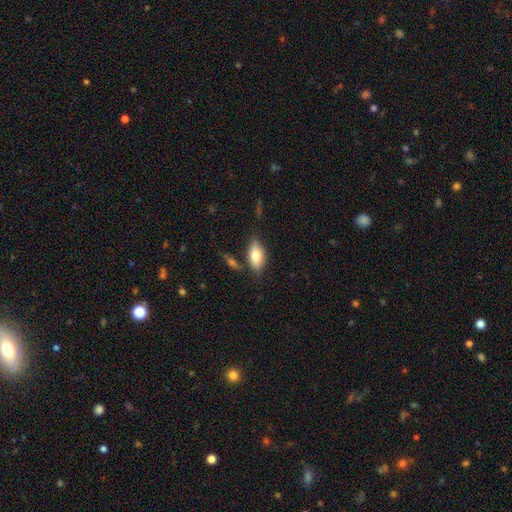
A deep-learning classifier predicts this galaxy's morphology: Smooth or featured? smooth (75%)
How rounded? in between (88%)
Merging? none (67%)